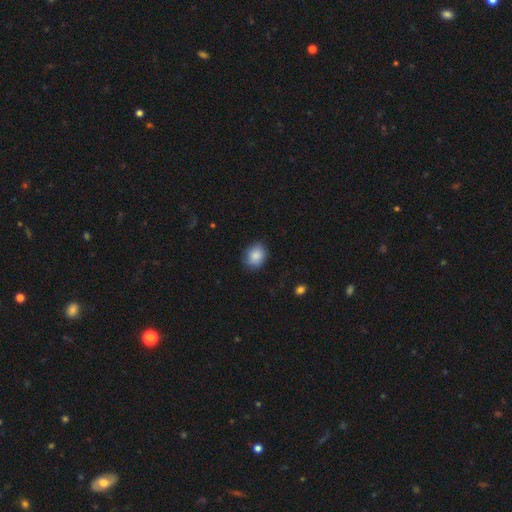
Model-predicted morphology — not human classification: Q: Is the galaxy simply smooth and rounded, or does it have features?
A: smooth — 87%.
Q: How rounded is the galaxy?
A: round — 55%.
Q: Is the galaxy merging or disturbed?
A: none — 81%.